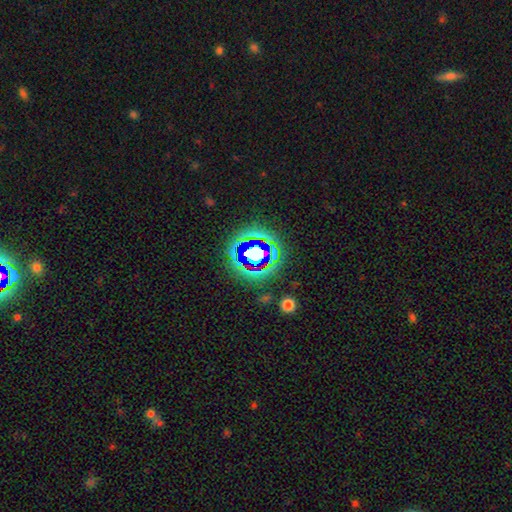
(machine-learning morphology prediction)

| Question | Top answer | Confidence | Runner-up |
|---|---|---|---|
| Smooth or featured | star or artifact | 65% | smooth (20%) |